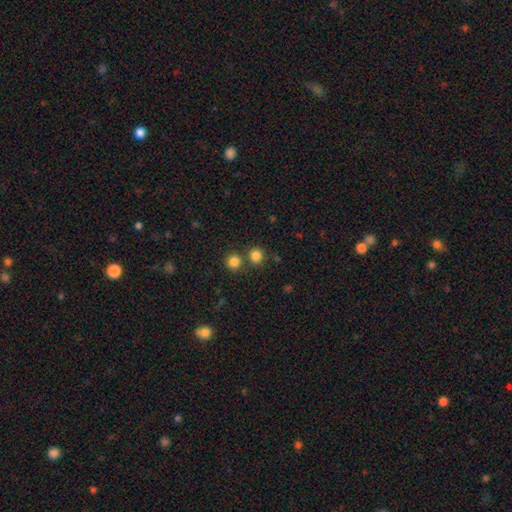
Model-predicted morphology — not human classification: Smooth or featured?
  - smooth: 82% *
  - star or artifact: 14%
  - featured or disk: 4%
How rounded?
  - round: 89% *
  - in between: 10%
  - cigar-shaped: 1%
Merging?
  - none: 72% *
  - merger: 19%
  - minor disturbance: 7%
  - major disturbance: 3%